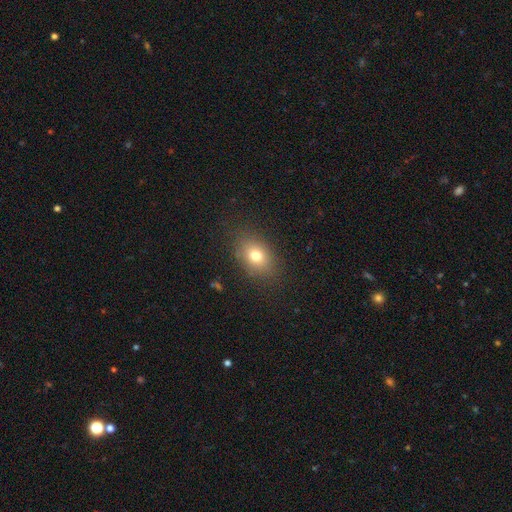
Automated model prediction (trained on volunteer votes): smooth_or_featured: smooth (p=0.75) [alt: featured or disk p=0.13]
how_rounded: in between (p=0.68) [alt: round p=0.30]
merging: none (p=0.83) [alt: minor disturbance p=0.12]